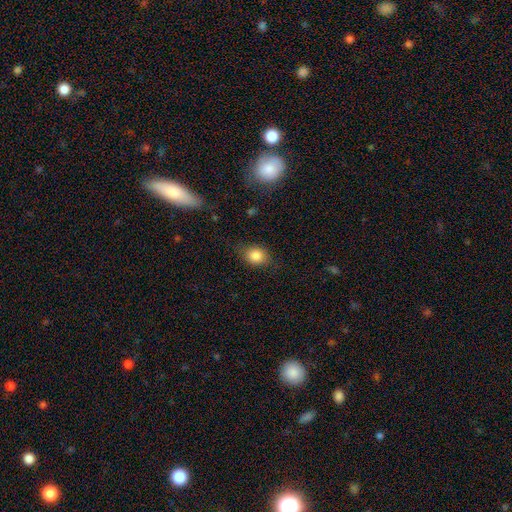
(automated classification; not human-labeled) Smooth or featured? smooth (83%)
How rounded? in between (51%)
Merging? none (77%)